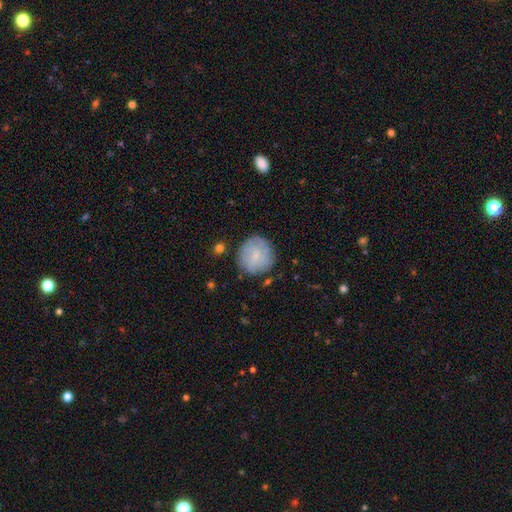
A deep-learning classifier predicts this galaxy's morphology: Q: Smooth or featured?
A: smooth (60%); runner-up: featured or disk (32%)
Q: How rounded?
A: round (91%); runner-up: in between (8%)
Q: Merging?
A: none (75%); runner-up: minor disturbance (17%)